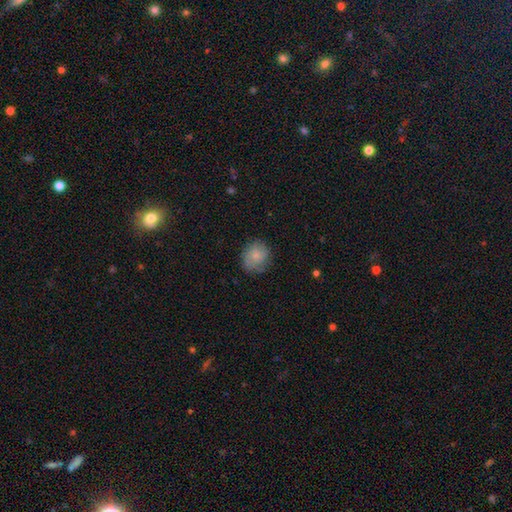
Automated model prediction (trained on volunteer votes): Smooth or featured? Predicted: smooth (p=0.70). How rounded? Predicted: round (p=0.81). Merging? Predicted: none (p=0.74).